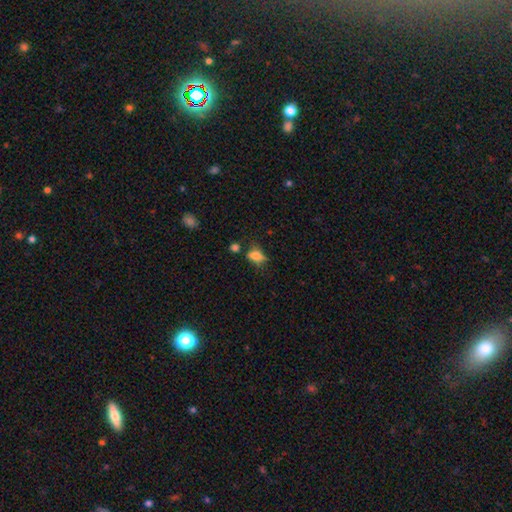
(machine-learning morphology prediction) This appears to be a smooth galaxy with no disk features (72%) that is in between round and cigar-shaped (77%). Merging: none (49%).